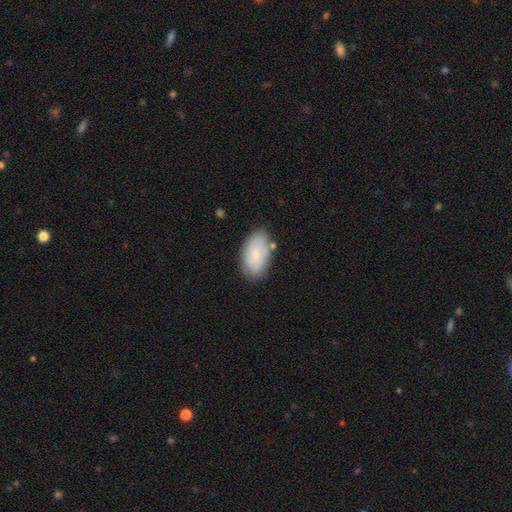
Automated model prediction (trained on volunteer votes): The model was most divided on "smooth or featured": smooth: 70%, featured or disk: 24%, star or artifact: 6%. More confident: how rounded — in between (93%); merging — none (74%).